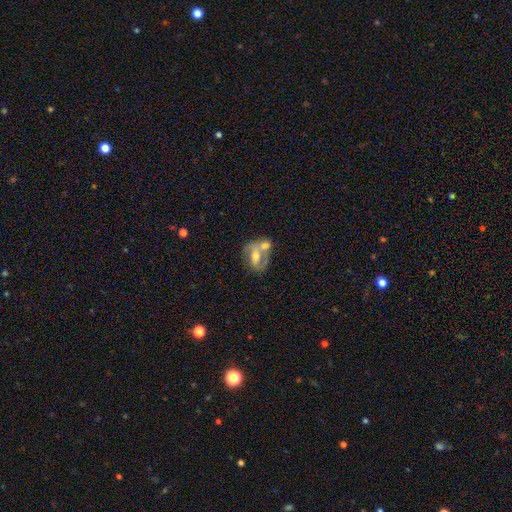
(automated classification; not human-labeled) Smooth or featured?
  - featured or disk: 49% *
  - smooth: 44%
  - star or artifact: 8%
Merging?
  - merger: 55% *
  - none: 25%
  - minor disturbance: 12%
  - major disturbance: 8%